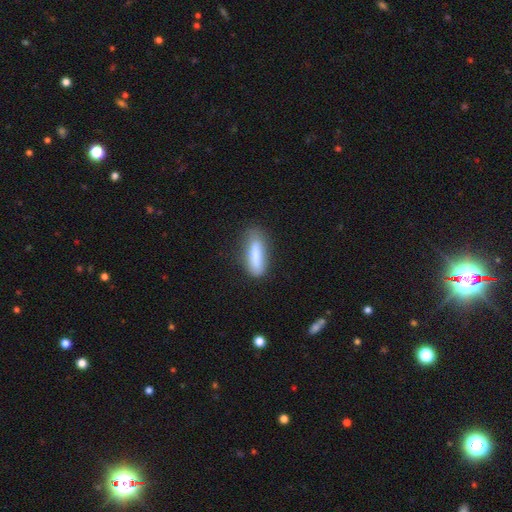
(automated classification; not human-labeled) This appears to be a smooth galaxy with no disk features (78%) that is cigar-shaped (57%). Merging: none (67%).